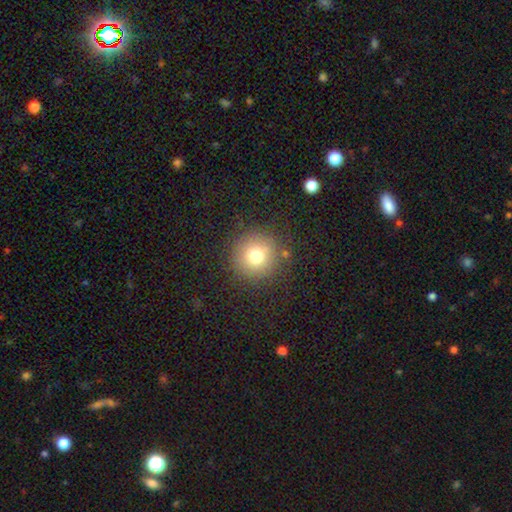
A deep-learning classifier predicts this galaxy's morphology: Smooth or featured? Predicted: smooth (p=0.74). How rounded? Predicted: round (p=0.95). Merging? Predicted: none (p=0.85).